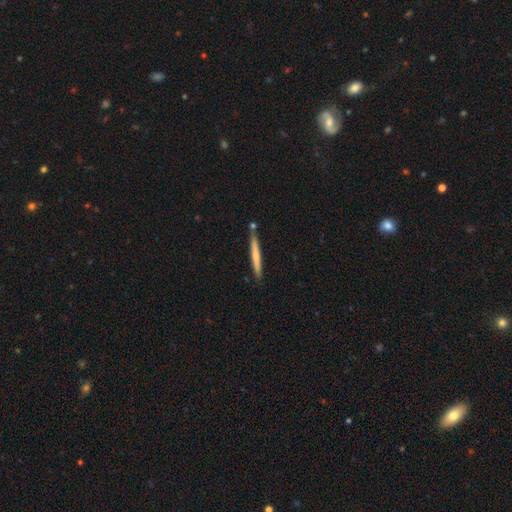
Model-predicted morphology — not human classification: A smooth galaxy with no disk features (60%) that is cigar-shaped (97%).

Vote fractions:
- Smooth or featured? smooth: 60% / featured or disk: 35% / star or artifact: 5%
- How rounded? cigar-shaped: 97% / in between: 2% / round: 1%
- Merging? none: 81% / minor disturbance: 11% / merger: 6% / major disturbance: 2%